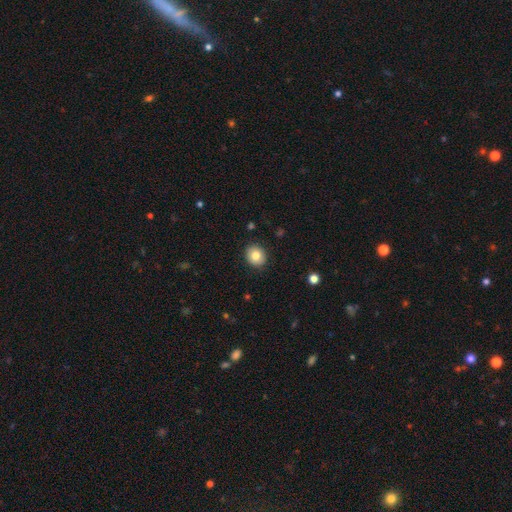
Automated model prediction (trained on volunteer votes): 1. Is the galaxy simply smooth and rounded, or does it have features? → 81% smooth, 10% featured or disk, 9% star or artifact.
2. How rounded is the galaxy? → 72% round, 27% in between, 1% cigar-shaped.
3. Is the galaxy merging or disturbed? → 90% none, 7% minor disturbance, 2% major disturbance, 1% merger.